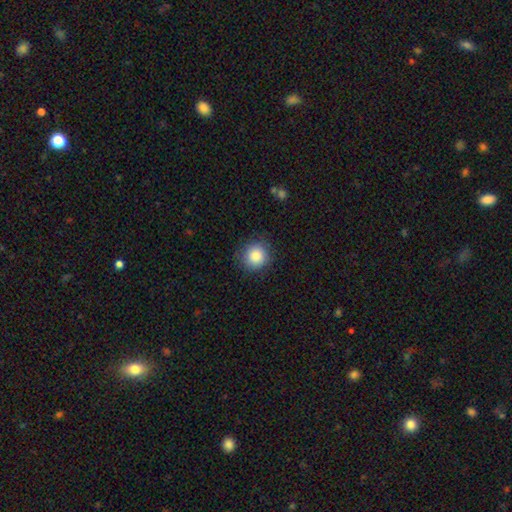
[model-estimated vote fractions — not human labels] This appears to be a smooth galaxy with no disk features (85%) that is round (91%). Merging: none (86%).